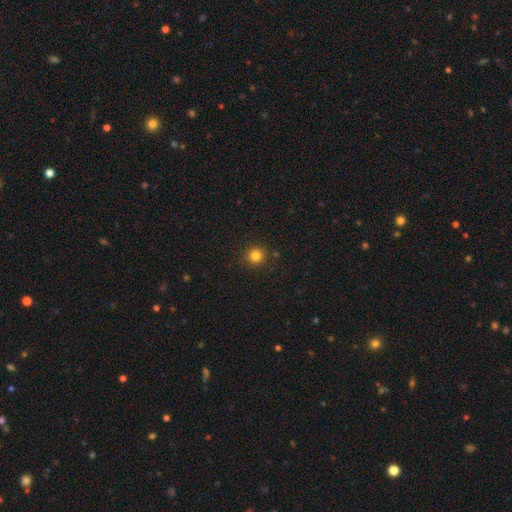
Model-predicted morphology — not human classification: type=smooth (82%); roundness=round (94%); merging=none (90%).